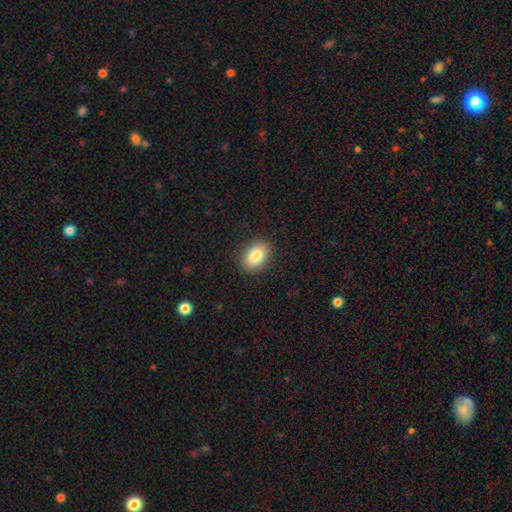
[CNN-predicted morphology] A smooth galaxy with no disk features (84%) that is in between round and cigar-shaped (83%). Merging: none (89%).